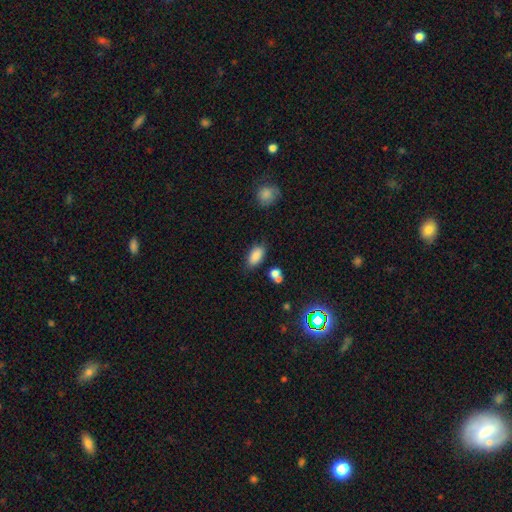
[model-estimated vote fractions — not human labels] This appears to be a smooth galaxy with no disk features (85%) that is in between round and cigar-shaped (91%). Merging: none (75%).